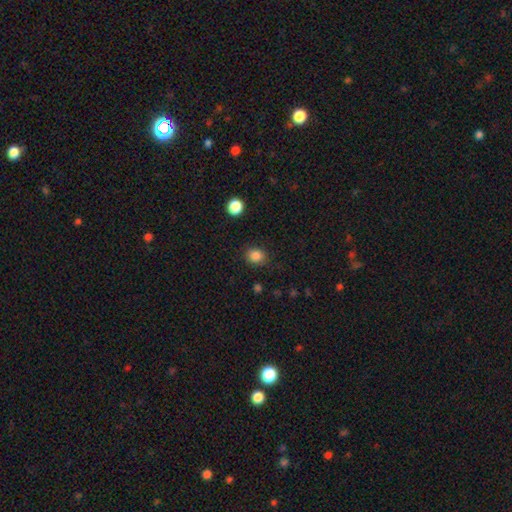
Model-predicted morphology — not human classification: smooth_or_featured: smooth (p=0.85) [alt: star or artifact p=0.11]
how_rounded: round (p=0.65) [alt: in between p=0.34]
merging: none (p=0.84) [alt: minor disturbance p=0.11]